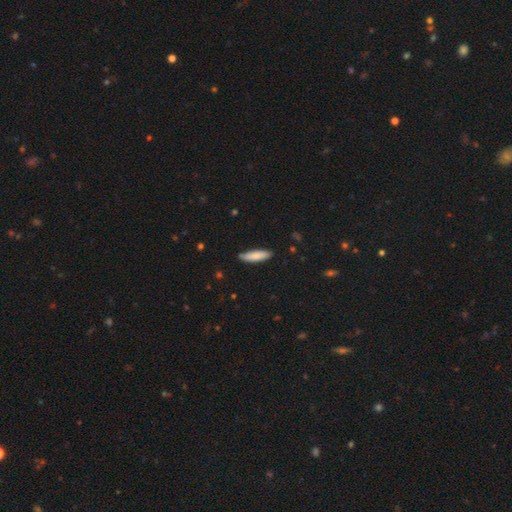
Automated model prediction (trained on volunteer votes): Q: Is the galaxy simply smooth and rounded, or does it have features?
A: smooth — 83%.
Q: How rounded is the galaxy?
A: cigar-shaped — 68%.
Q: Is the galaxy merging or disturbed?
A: none — 86%.